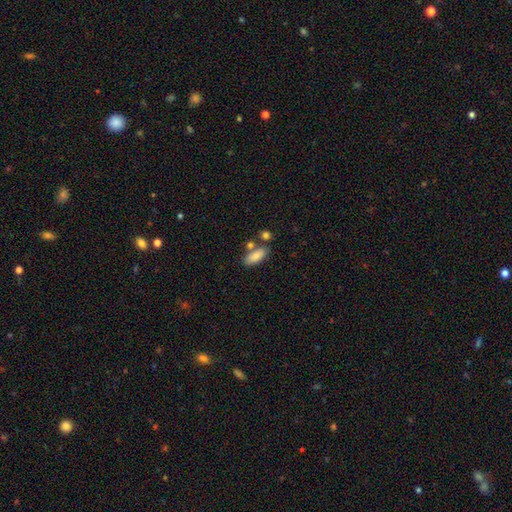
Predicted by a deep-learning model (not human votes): Smooth or featured? Predicted: smooth (p=0.85). How rounded? Predicted: in between (p=0.81). Merging? Predicted: none (p=0.67).